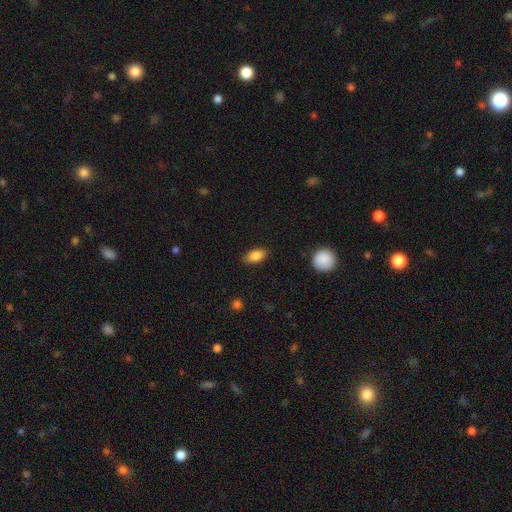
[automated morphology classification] The model was most divided on "merging": none: 86%, minor disturbance: 11%, major disturbance: 3%, merger: 1%. More confident: how rounded — in between (89%); smooth or featured — smooth (86%).